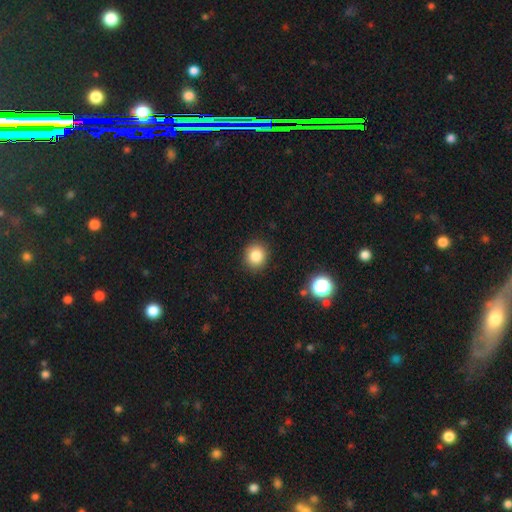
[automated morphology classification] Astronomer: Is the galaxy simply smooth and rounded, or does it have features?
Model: smooth — 84%.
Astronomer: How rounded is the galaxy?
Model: round — 84%.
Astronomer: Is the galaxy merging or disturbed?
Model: none — 90%.